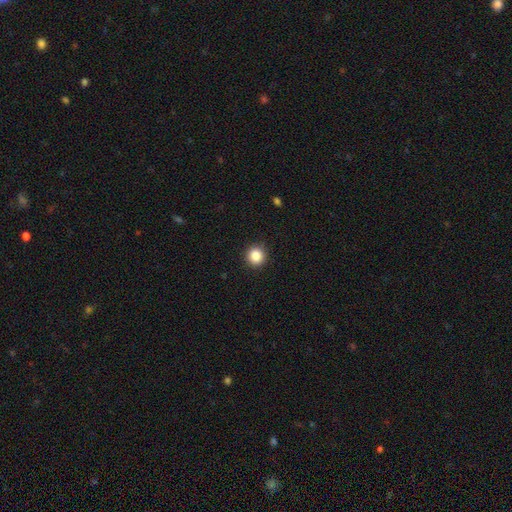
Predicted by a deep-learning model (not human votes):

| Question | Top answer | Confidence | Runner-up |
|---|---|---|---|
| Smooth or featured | smooth | 86% | star or artifact (10%) |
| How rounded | round | 93% | in between (6%) |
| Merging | none | 91% | minor disturbance (6%) |